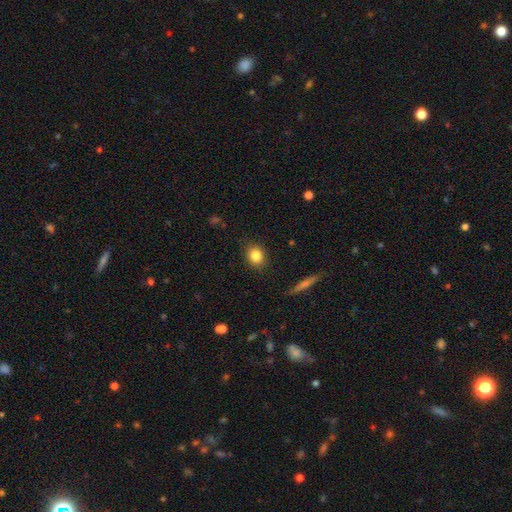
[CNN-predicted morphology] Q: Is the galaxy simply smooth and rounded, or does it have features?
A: smooth — 83%.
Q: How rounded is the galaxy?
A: round — 61%.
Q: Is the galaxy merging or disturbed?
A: none — 87%.